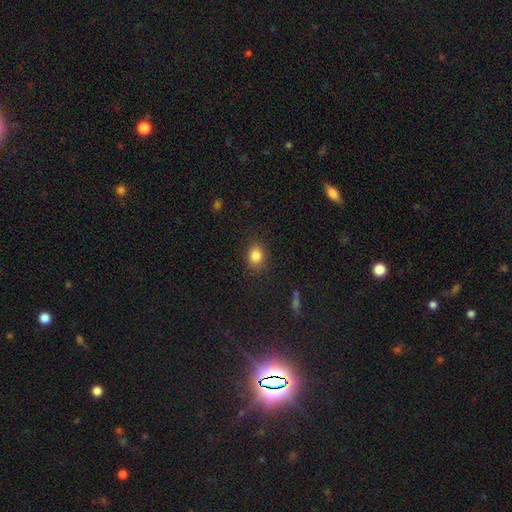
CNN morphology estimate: smooth_or_featured: smooth (p=0.84) [alt: star or artifact p=0.10]
how_rounded: in between (p=0.52) [alt: round p=0.47]
merging: none (p=0.86) [alt: minor disturbance p=0.10]